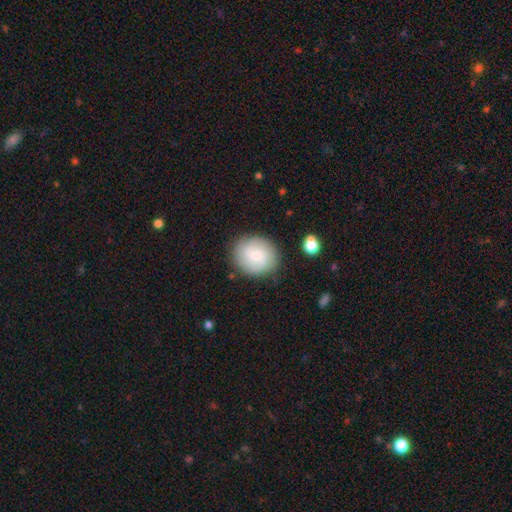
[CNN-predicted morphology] Smooth or featured? smooth (51%)
How rounded? round (82%)
Merging? none (83%)